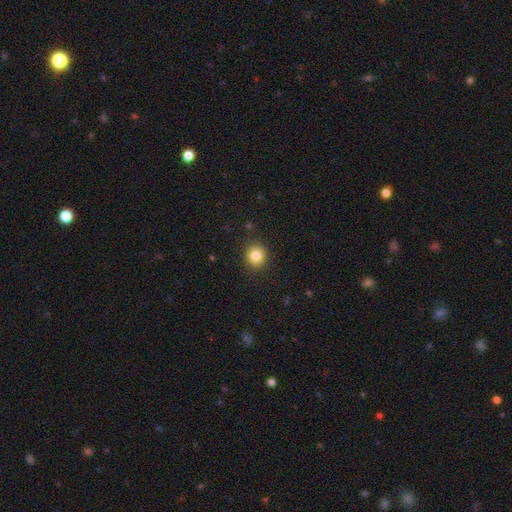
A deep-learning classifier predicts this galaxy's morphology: smooth-or-featured: smooth: 84% | star or artifact: 11% | featured or disk: 5%
  how-rounded: round: 89% | in between: 10% | cigar-shaped: 1%
  merging: none: 91% | minor disturbance: 6% | major disturbance: 2% | merger: 1%